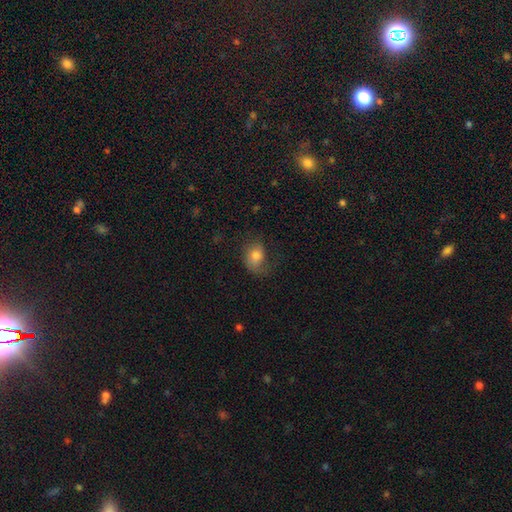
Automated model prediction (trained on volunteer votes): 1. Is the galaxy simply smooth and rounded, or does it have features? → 68% smooth, 23% featured or disk, 9% star or artifact.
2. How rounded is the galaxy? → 66% in between, 33% round, 1% cigar-shaped.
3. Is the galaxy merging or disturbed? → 46% none, 26% minor disturbance, 26% major disturbance, 2% merger.